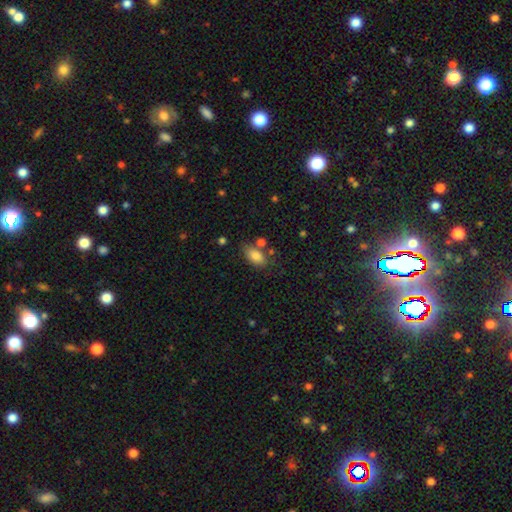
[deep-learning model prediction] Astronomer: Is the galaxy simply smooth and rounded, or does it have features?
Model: smooth — 82%.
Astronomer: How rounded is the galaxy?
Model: in between — 90%.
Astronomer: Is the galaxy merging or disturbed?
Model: none — 66%.